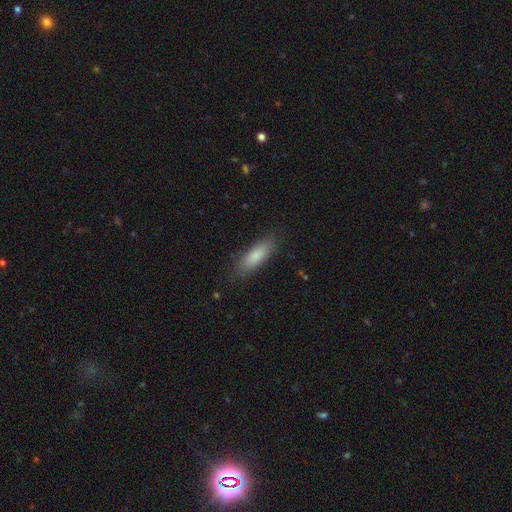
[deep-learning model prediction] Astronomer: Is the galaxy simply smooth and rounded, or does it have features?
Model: smooth — 84%.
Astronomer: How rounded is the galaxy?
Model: in between — 60% (runner-up: cigar-shaped, 38%).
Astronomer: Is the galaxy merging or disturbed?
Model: none — 83%.